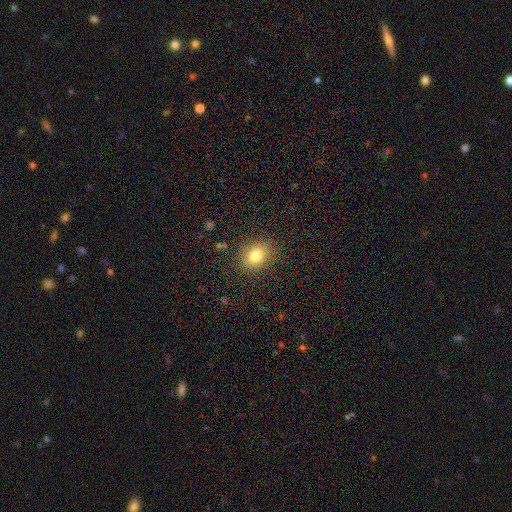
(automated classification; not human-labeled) smooth_or_featured: smooth (p=0.79) [alt: star or artifact p=0.12]
how_rounded: round (p=0.54) [alt: in between p=0.45]
merging: none (p=0.85) [alt: minor disturbance p=0.10]